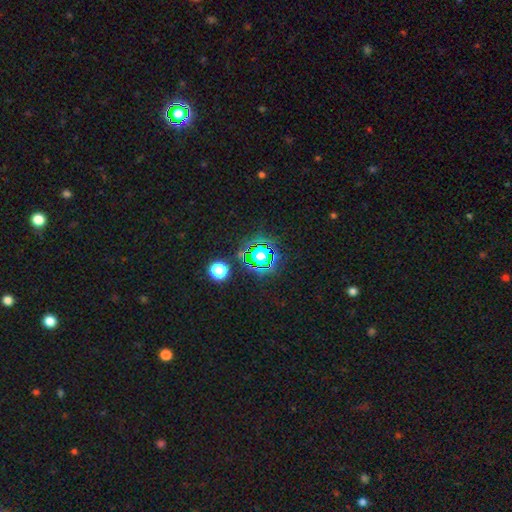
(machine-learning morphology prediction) Smooth or featured? star or artifact (64%)